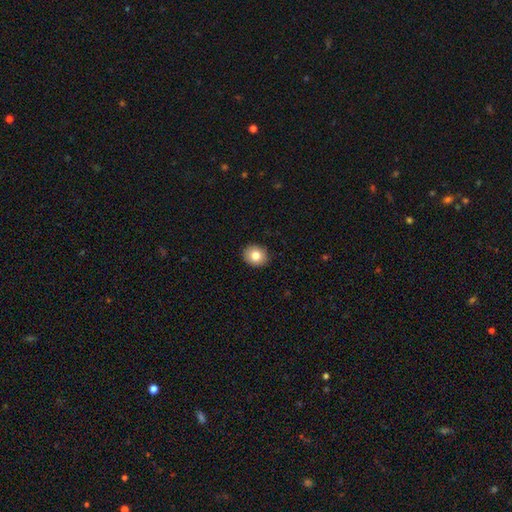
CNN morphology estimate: This appears to be a smooth galaxy with no disk features (81%) that is round (73%). Merging: none (90%).